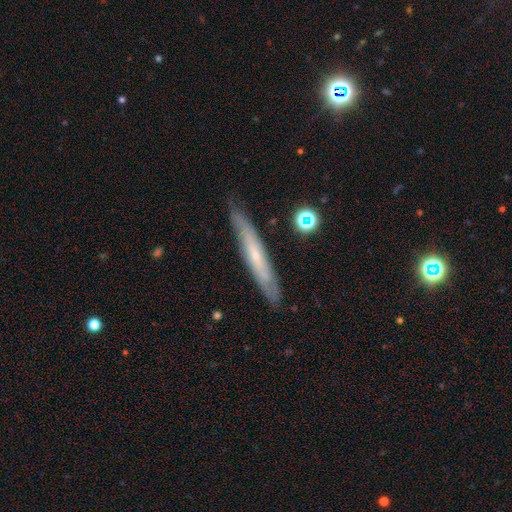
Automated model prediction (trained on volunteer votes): Smooth or featured: featured or disk — 59% (smooth — 34%)
Edge-on disk: yes — 75% (no — 25%)
Merging: none — 84% (minor disturbance — 12%)